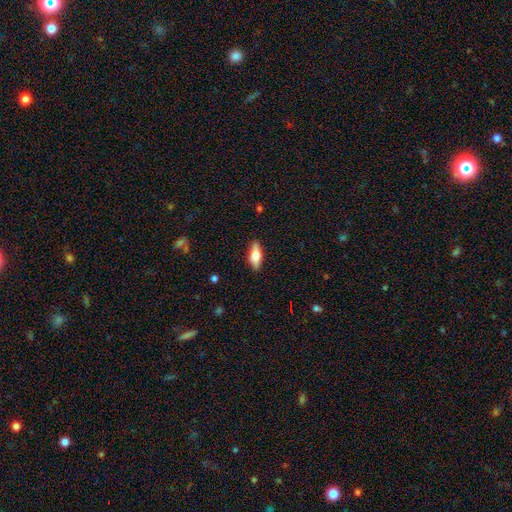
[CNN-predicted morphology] Smooth or featured?
  - smooth: 60% *
  - featured or disk: 33%
  - star or artifact: 7%
How rounded?
  - in between: 69% *
  - cigar-shaped: 28%
  - round: 3%
Merging?
  - none: 85% *
  - minor disturbance: 11%
  - major disturbance: 2%
  - merger: 1%